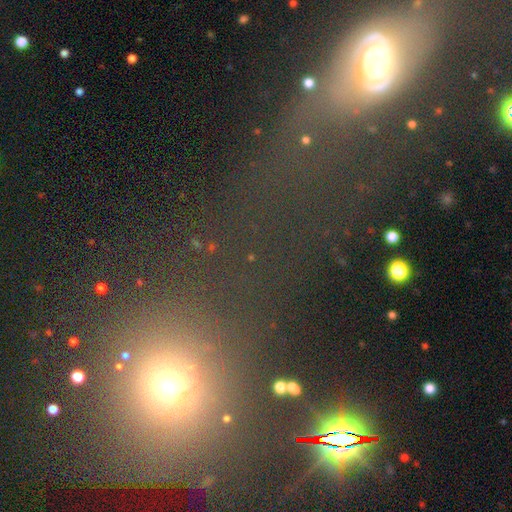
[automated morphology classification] Smooth or featured: smooth — 41% (tied with star or artifact — 41%)
Merging: none — 55% (major disturbance — 20%)